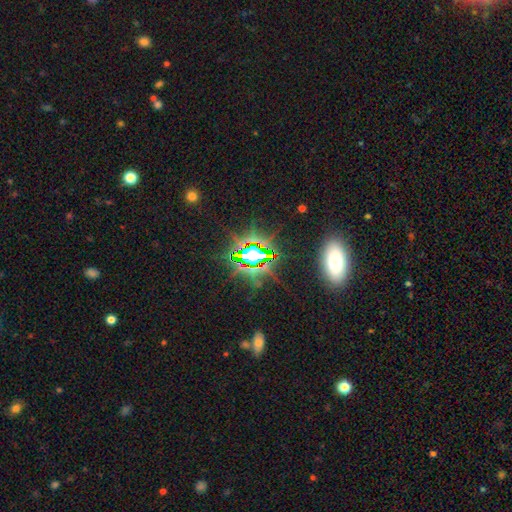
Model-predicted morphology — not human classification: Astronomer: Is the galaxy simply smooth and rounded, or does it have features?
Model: star or artifact — 80%.